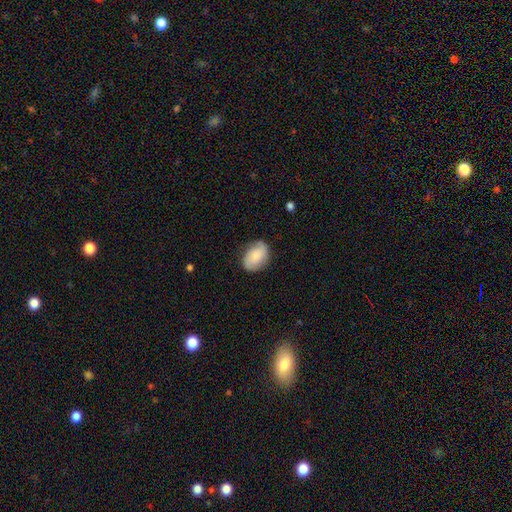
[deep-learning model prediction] Smooth or featured: smooth — 62% (featured or disk — 31%)
How rounded: in between — 78% (round — 21%)
Merging: none — 78% (minor disturbance — 17%)